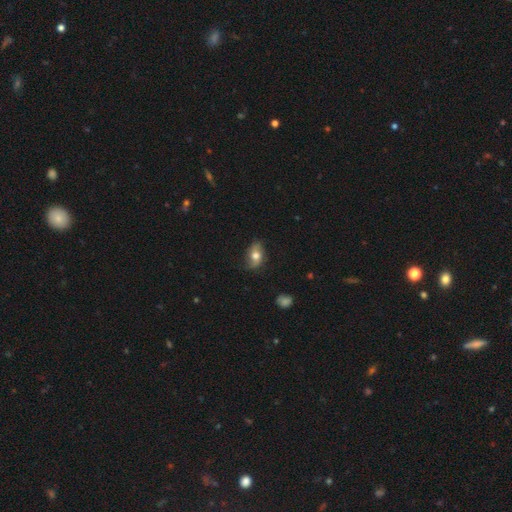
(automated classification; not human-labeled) Morphology: type=smooth (59%); roundness=in between (81%); merging=none (69%).